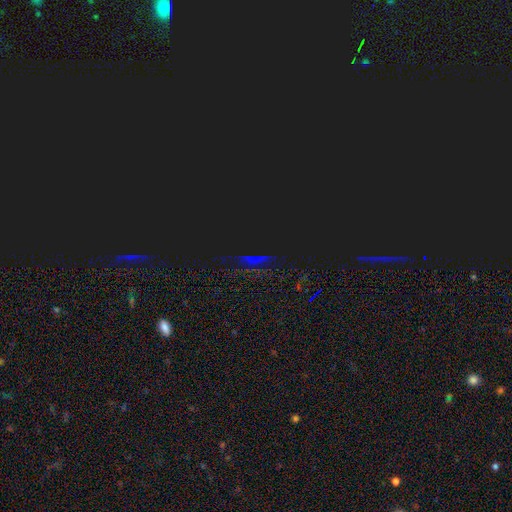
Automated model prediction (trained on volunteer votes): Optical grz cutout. It shows a star or artifact, not a galaxy (79%).